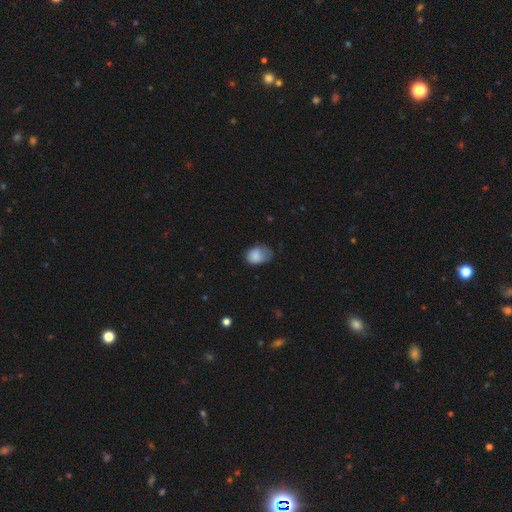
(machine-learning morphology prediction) This is clearly a smooth galaxy (82%). How rounded: likely in between (74%). Merging: marginally minor disturbance (41%).